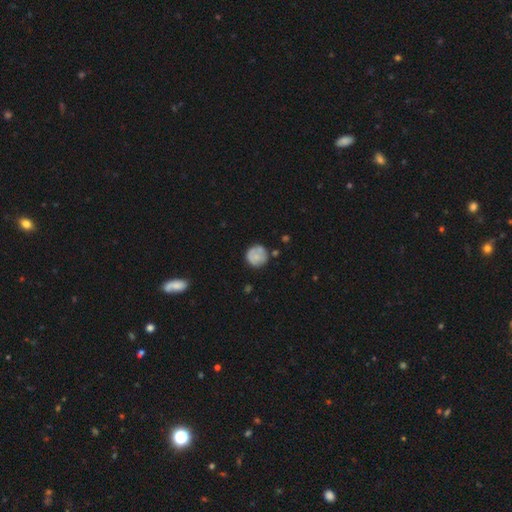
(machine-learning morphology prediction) Smooth or featured? smooth (65%)
How rounded? round (91%)
Merging? none (71%)